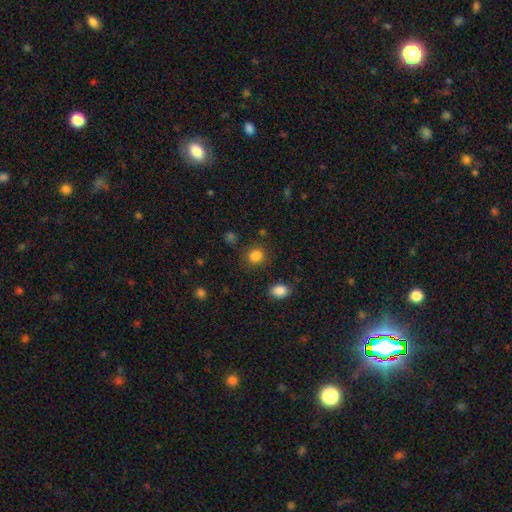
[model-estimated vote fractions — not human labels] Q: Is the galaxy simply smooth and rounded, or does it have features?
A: smooth — 84%.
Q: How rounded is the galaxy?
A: round — 69%.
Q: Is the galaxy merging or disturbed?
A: none — 79%.